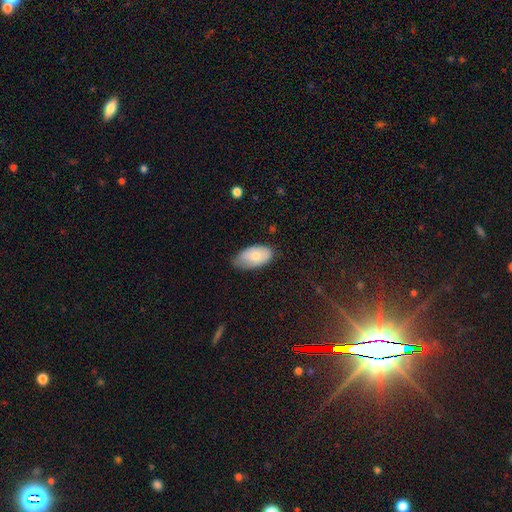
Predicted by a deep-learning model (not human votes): A smooth galaxy with no disk features (75%) that is in between round and cigar-shaped (94%). Merging: none (51%).